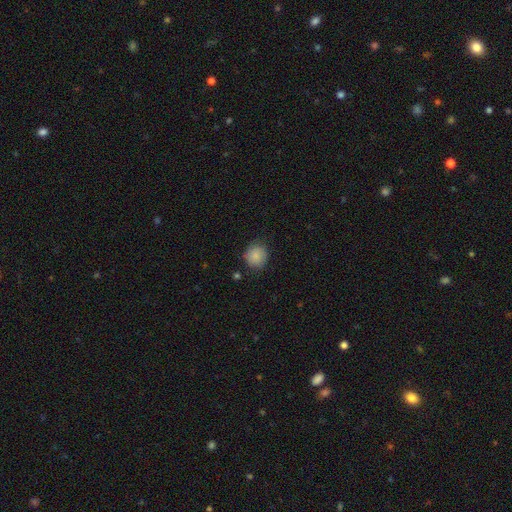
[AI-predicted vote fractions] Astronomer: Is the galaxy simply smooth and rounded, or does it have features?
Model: smooth — 87%.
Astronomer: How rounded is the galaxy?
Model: round — 86%.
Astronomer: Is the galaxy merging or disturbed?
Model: none — 81%.